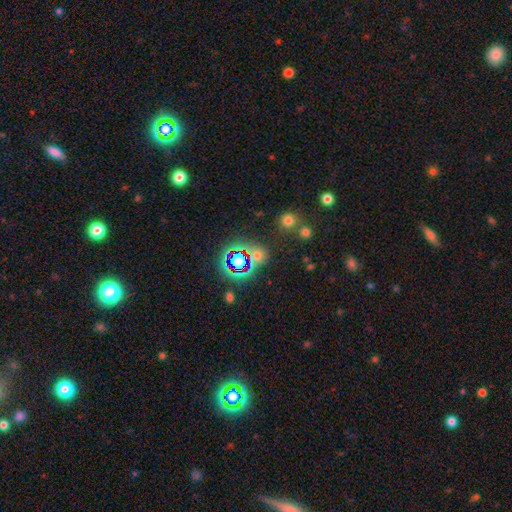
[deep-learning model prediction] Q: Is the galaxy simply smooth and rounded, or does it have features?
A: star or artifact — 67%.